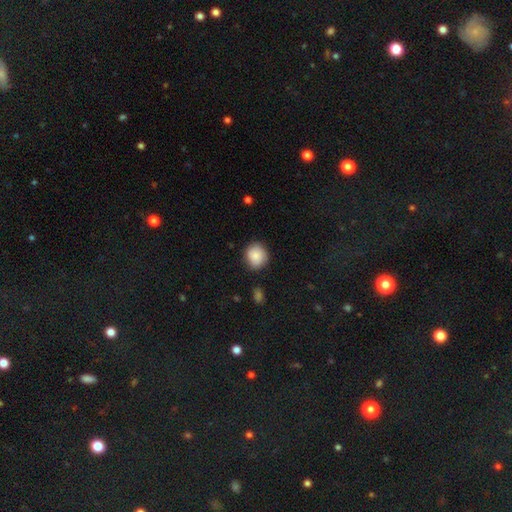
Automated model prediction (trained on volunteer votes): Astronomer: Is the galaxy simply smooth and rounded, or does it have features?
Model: smooth — 85%.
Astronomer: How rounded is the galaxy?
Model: round — 79%.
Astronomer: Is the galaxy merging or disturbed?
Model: none — 79%.